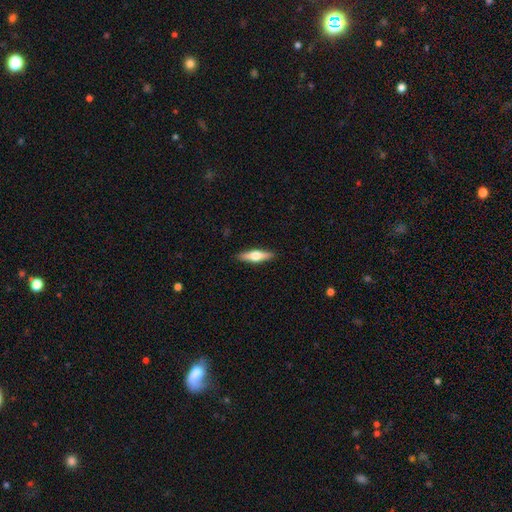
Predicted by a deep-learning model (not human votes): This appears to be a featured or disk galaxy (48%). Merging: none (90%).